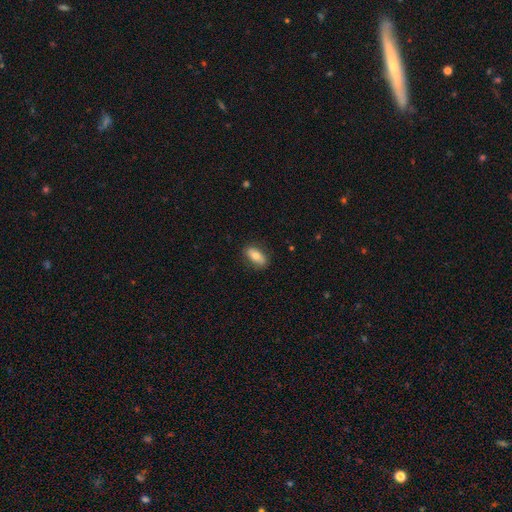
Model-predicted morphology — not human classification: This is likely a smooth galaxy (72%). How rounded: clearly in between (85%). Merging: clearly none (83%).